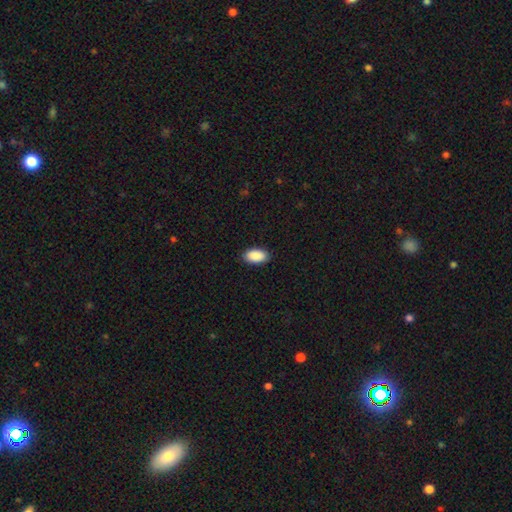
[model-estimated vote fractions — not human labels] smooth-or-featured: smooth: 91% | star or artifact: 6% | featured or disk: 3%
  how-rounded: in between: 95% | round: 3% | cigar-shaped: 2%
  merging: none: 89% | minor disturbance: 8% | major disturbance: 2% | merger: 1%